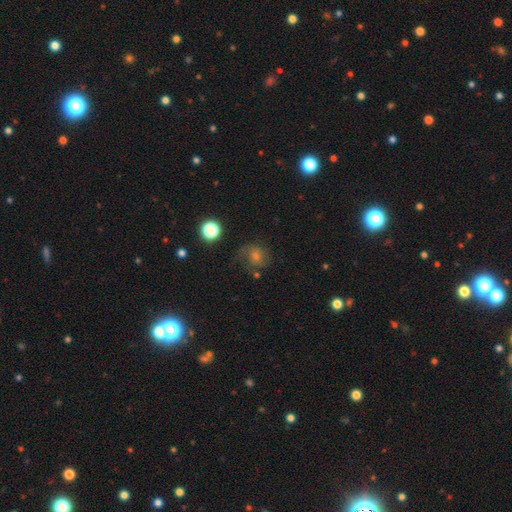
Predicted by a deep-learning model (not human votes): Smooth or featured? Predicted: smooth (p=0.41). Merging? Predicted: none (p=0.66).